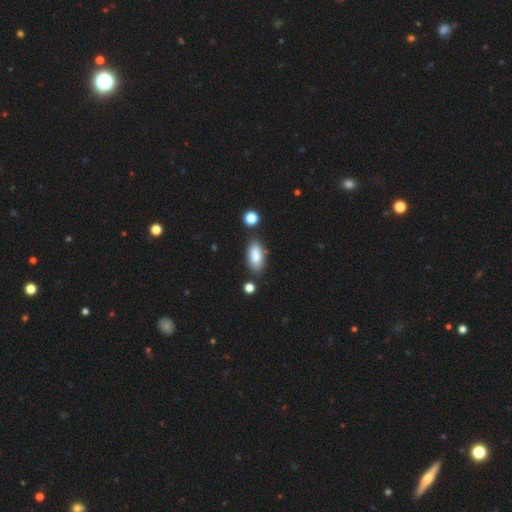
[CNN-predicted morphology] Smooth or featured? smooth (85%)
How rounded? in between (90%)
Merging? none (79%)